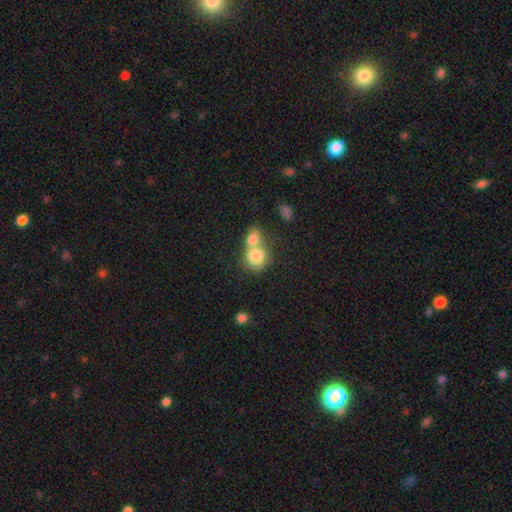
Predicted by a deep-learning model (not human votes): Q: Smooth or featured?
A: smooth (79%); runner-up: featured or disk (12%)
Q: How rounded?
A: round (73%); runner-up: in between (26%)
Q: Merging?
A: merger (64%); runner-up: none (26%)